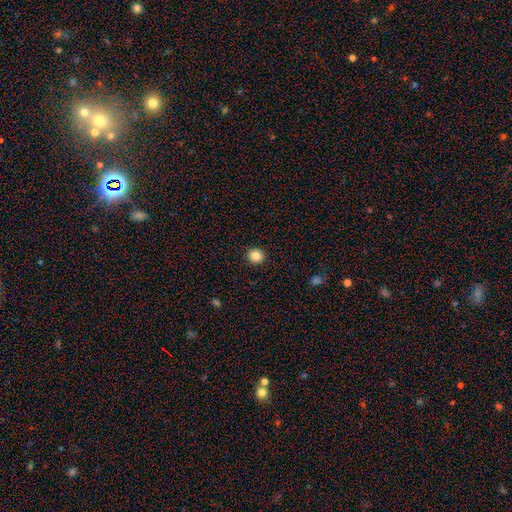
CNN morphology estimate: type=smooth (85%); roundness=round (87%); merging=none (93%).